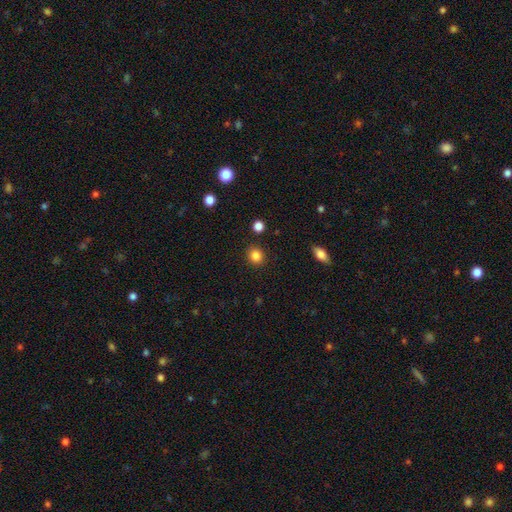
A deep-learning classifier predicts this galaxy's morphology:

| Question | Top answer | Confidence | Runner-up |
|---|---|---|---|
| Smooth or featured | smooth | 85% | star or artifact (11%) |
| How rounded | round | 85% | in between (14%) |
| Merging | none | 90% | minor disturbance (6%) |